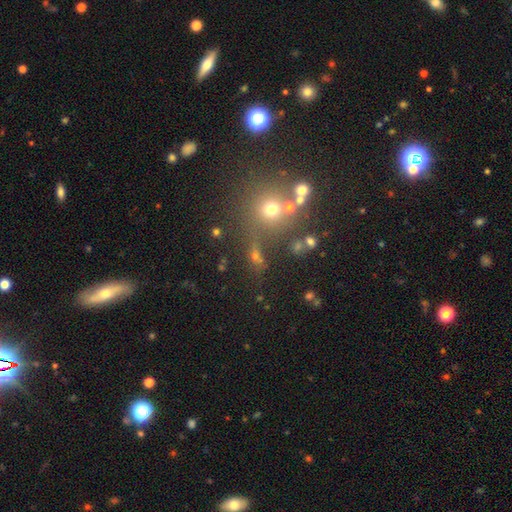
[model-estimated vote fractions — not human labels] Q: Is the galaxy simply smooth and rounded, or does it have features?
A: smooth — 46%.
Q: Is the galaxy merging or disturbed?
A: none — 67%.